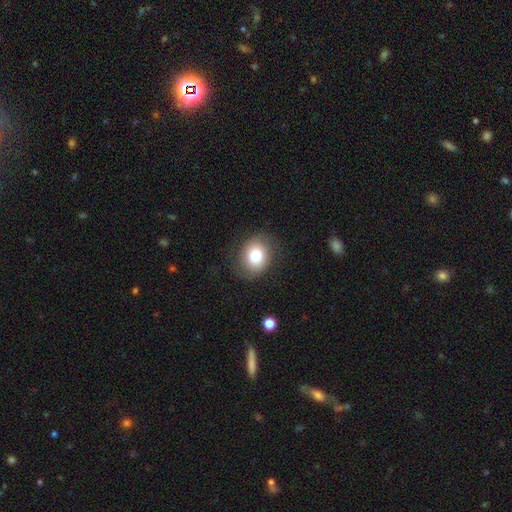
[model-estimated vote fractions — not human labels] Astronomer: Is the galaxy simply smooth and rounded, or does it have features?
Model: smooth — 78%.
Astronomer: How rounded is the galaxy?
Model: round — 52% (runner-up: in between, 48%).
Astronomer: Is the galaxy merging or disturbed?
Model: none — 79%.